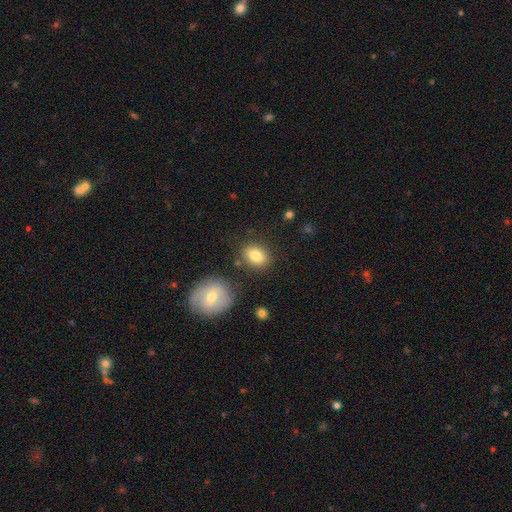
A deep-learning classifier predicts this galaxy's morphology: This is clearly a smooth galaxy (81%). How rounded: likely in between (68%). Merging: likely none (79%).